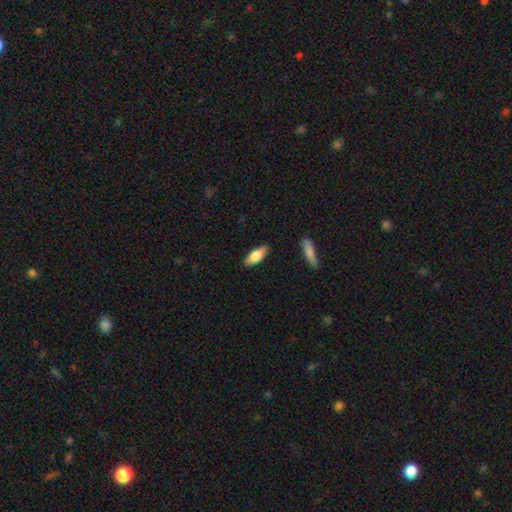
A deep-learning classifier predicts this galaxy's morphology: A smooth galaxy with no disk features (82%) that is in between round and cigar-shaped (75%). Merging: none (86%).